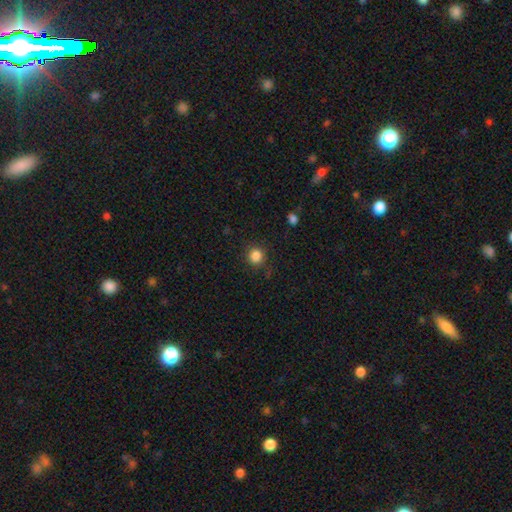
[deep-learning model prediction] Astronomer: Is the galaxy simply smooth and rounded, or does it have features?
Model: smooth — 85%.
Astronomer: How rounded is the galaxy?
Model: round — 91%.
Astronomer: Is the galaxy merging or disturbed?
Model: none — 86%.